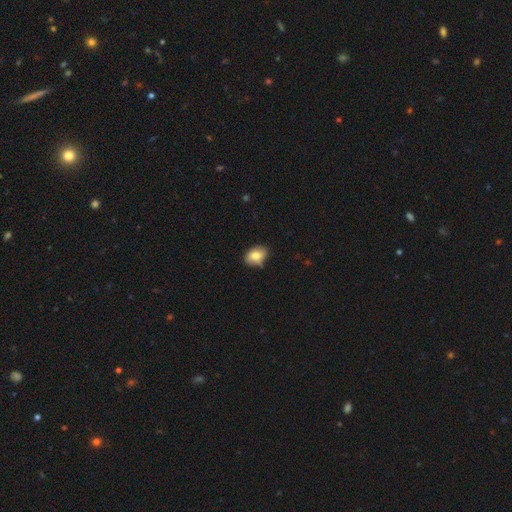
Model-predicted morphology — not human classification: A smooth galaxy with no disk features (77%) that is in between round and cigar-shaped (74%).

Vote fractions:
- Smooth or featured? smooth: 77% / featured or disk: 14% / star or artifact: 8%
- How rounded? in between: 74% / round: 24% / cigar-shaped: 1%
- Merging? none: 67% / minor disturbance: 26% / major disturbance: 4% / merger: 3%